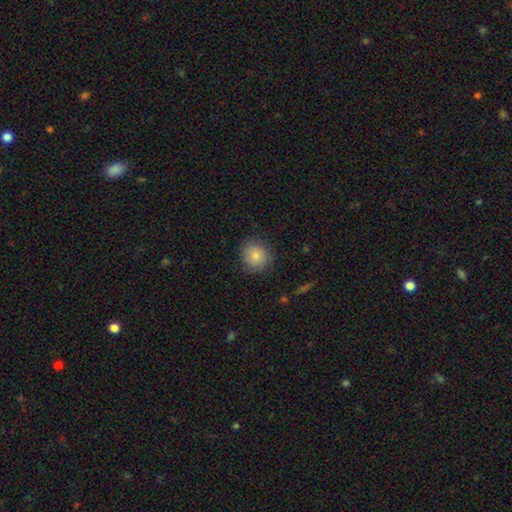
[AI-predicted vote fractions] smooth-or-featured: smooth: 80% | featured or disk: 12% | star or artifact: 9%
  how-rounded: round: 88% | in between: 11% | cigar-shaped: 1%
  merging: none: 82% | minor disturbance: 13% | major disturbance: 4% | merger: 1%